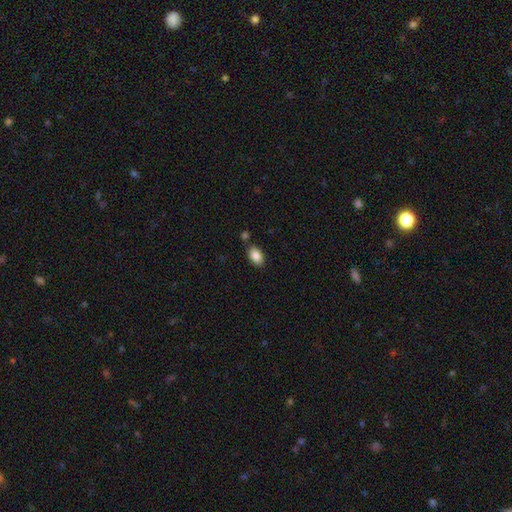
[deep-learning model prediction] The model was most divided on "merging": none: 81%, minor disturbance: 11%, merger: 6%, major disturbance: 3%. More confident: how rounded — in between (93%); smooth or featured — smooth (87%).